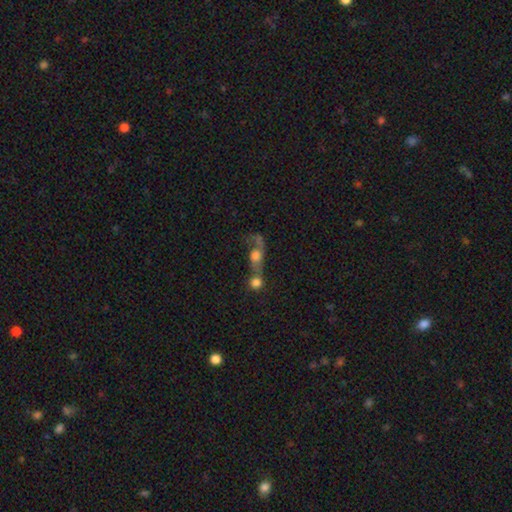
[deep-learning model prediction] Smooth or featured? smooth (53%)
How rounded? round (44%)
Merging? merger (61%)